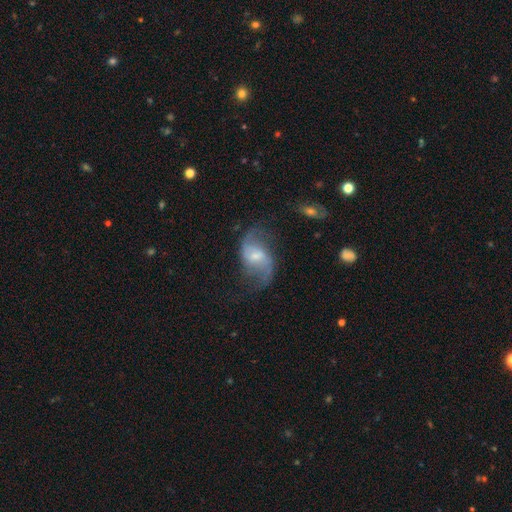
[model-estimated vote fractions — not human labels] Morphology: type=featured or disk (79%); edge-on=no (97%); bar=weak (51%); spiral arms=yes (92%); winding=loose (73%); arm count=2 (89%); bulge=small (58%); merging=none (59%).